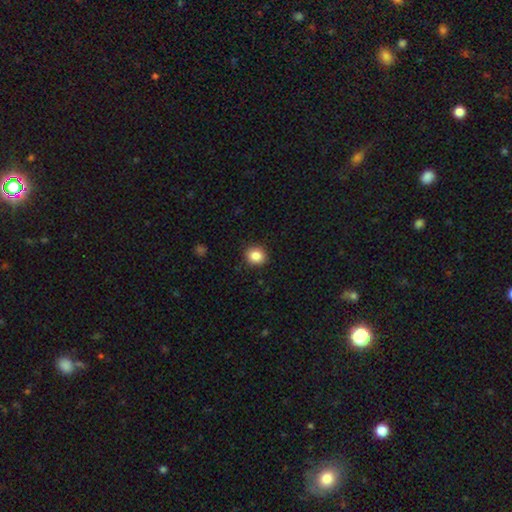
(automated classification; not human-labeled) Smooth or featured?
  - smooth: 86% *
  - star or artifact: 10%
  - featured or disk: 5%
How rounded?
  - round: 79% *
  - in between: 20%
  - cigar-shaped: 1%
Merging?
  - none: 90% *
  - minor disturbance: 7%
  - major disturbance: 2%
  - merger: 1%